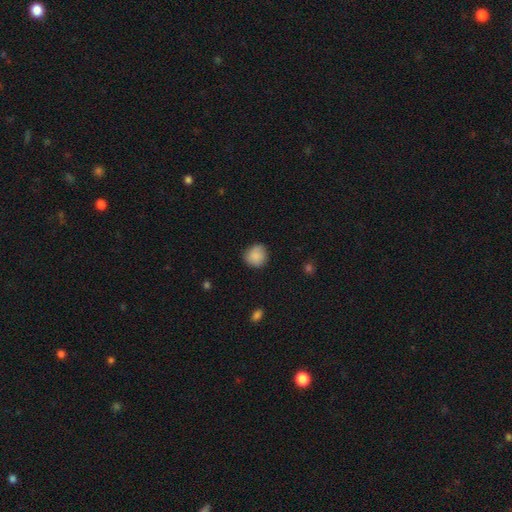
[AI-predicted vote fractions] Smooth or featured? Predicted: smooth (p=0.88). How rounded? Predicted: round (p=0.88). Merging? Predicted: none (p=0.83).